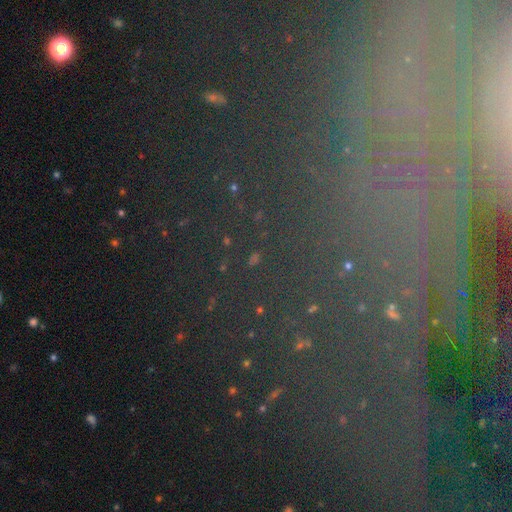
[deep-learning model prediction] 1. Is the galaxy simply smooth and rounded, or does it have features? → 63% star or artifact, 21% featured or disk, 16% smooth.